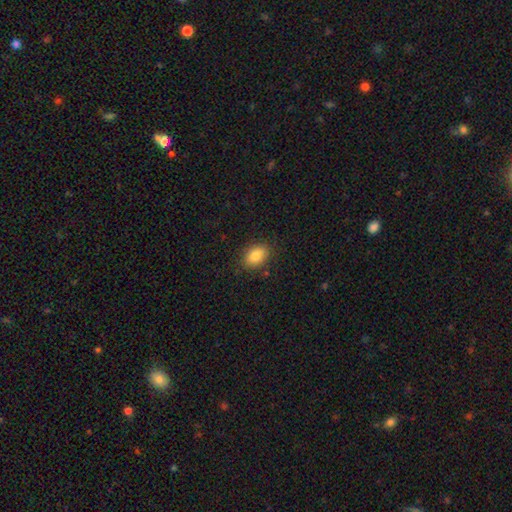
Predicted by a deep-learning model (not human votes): Smooth or featured?
  - smooth: 85% *
  - star or artifact: 8%
  - featured or disk: 7%
How rounded?
  - in between: 84% *
  - round: 15%
  - cigar-shaped: 1%
Merging?
  - none: 85% *
  - minor disturbance: 11%
  - major disturbance: 3%
  - merger: 1%